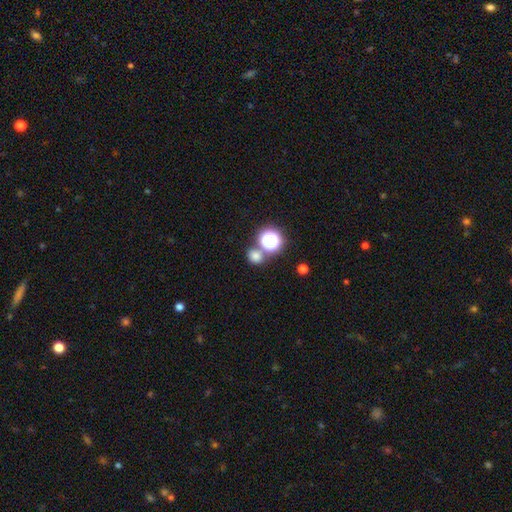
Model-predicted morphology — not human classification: type=smooth (71%); roundness=round (75%); merging=none (65%).